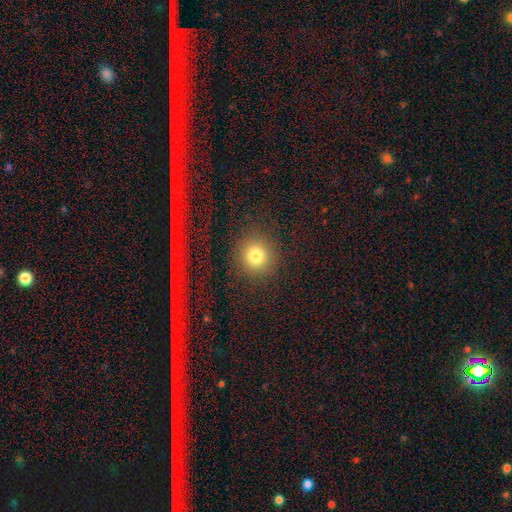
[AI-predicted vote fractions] The model was most divided on "smooth or featured": smooth: 78%, star or artifact: 13%, featured or disk: 9%. More confident: how rounded — round (90%); merging — none (83%).